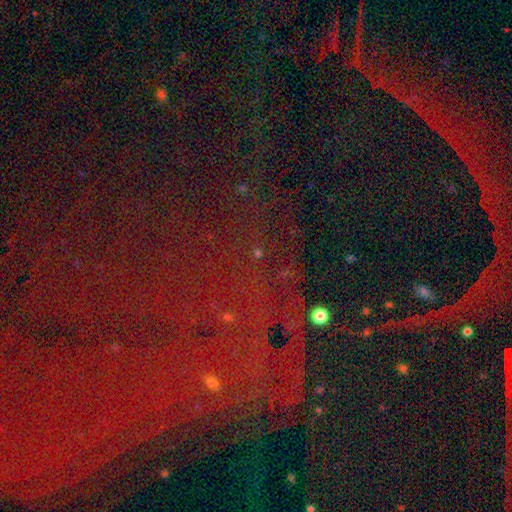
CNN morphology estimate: smooth-or-featured: star or artifact: 83% | featured or disk: 9% | smooth: 8%